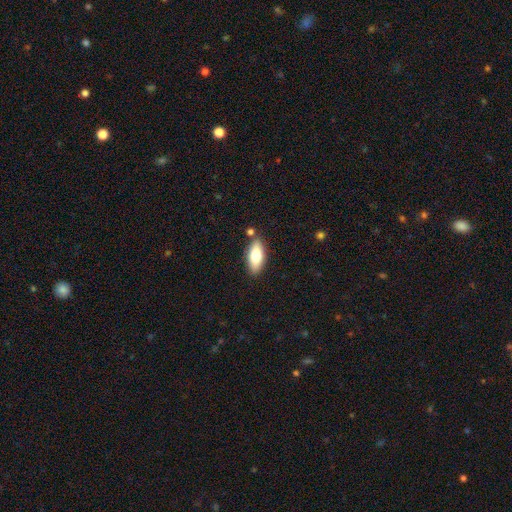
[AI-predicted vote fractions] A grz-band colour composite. It shows a smooth galaxy with no disk features (76%) that is in between round and cigar-shaped (80%). Merging: none (81%).